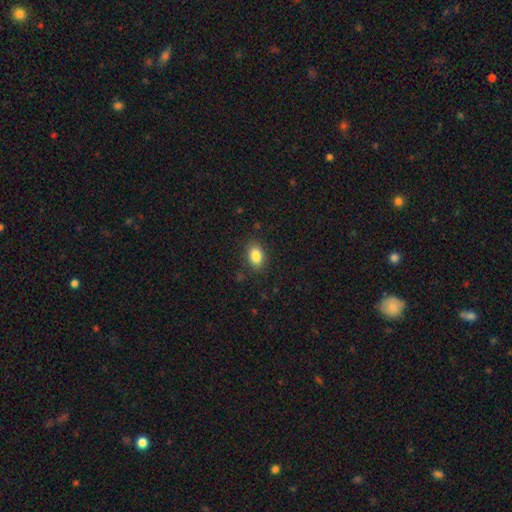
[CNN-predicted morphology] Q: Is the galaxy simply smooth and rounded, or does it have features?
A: smooth — 86%.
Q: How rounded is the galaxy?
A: in between — 84%.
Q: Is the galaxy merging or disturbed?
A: none — 85%.